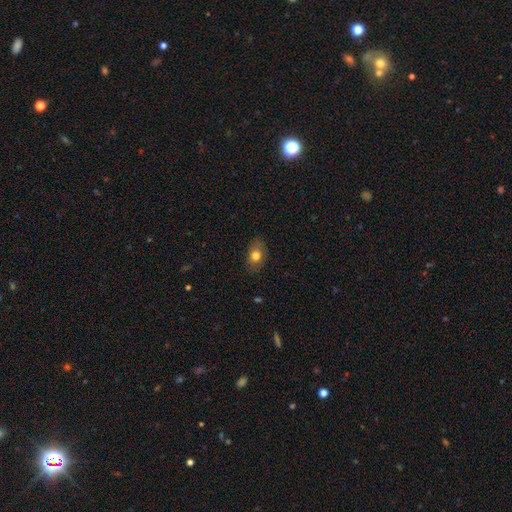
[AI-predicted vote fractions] Overall: smooth (77%). How rounded: in between (78%). Merging: none (82%).